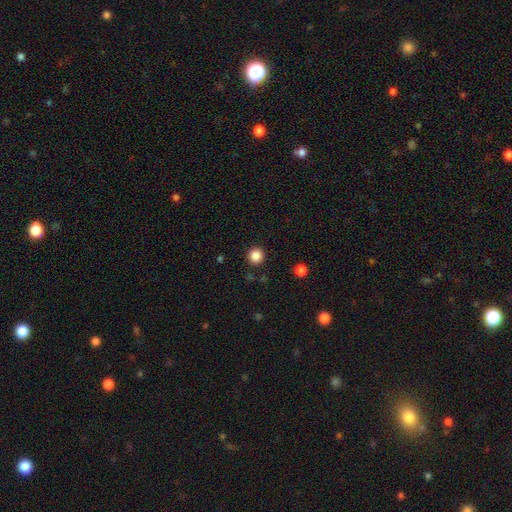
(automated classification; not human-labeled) A smooth galaxy with no disk features (86%) that is round (95%). Merging: none (92%).